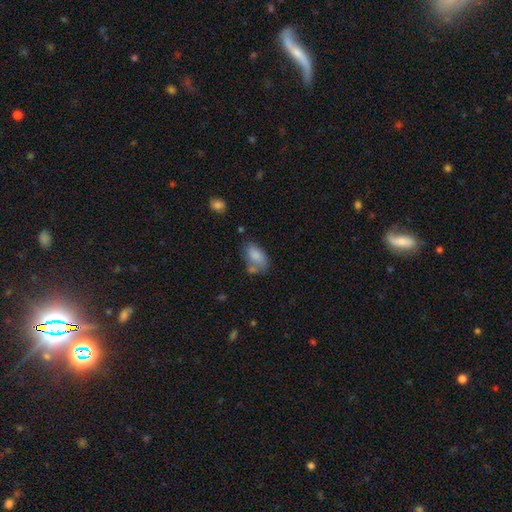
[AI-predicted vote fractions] smooth 81%, featured or disk 11%, star or artifact 8%. Down the decision tree: how rounded — in between (92%); merging — none (49%).